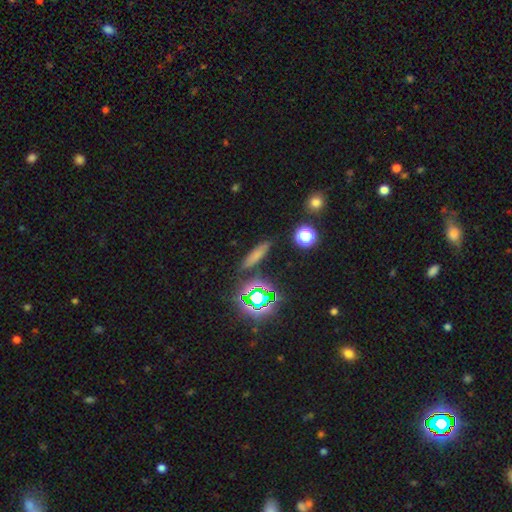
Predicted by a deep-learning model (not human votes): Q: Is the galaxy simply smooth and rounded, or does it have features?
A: smooth — 66%.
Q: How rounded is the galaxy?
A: cigar-shaped — 75%.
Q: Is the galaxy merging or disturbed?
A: none — 85%.